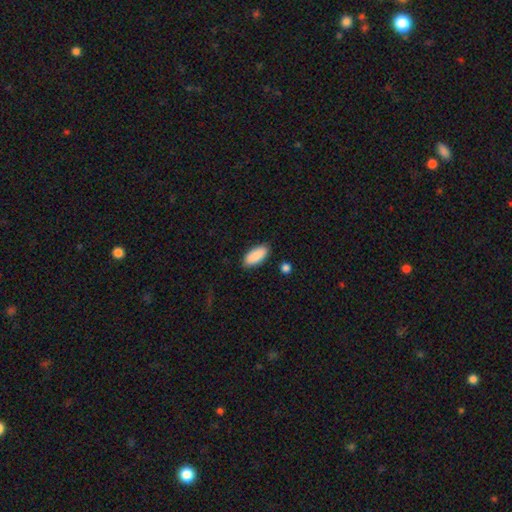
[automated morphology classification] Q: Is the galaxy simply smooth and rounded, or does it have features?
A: smooth — 89%.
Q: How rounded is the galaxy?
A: in between — 86%.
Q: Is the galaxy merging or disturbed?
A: none — 86%.